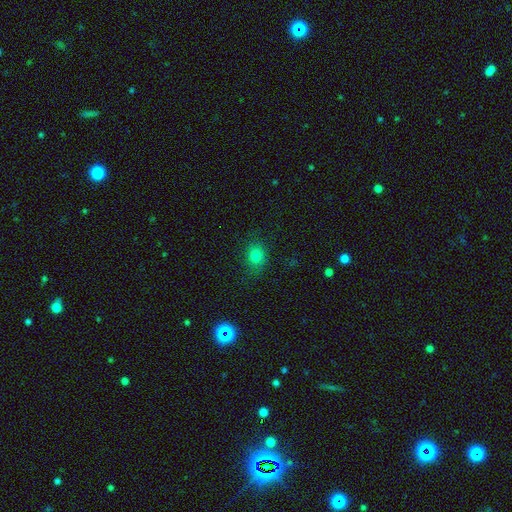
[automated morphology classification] This appears to be a smooth galaxy with no disk features (80%) that is round (55%). Merging: none (78%).